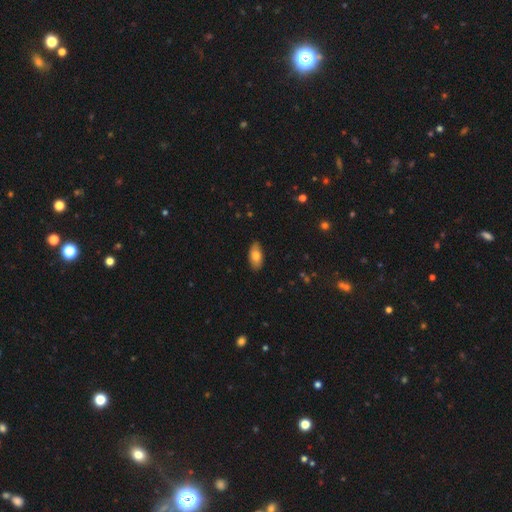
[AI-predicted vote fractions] The model was most divided on "smooth or featured": smooth: 77%, featured or disk: 16%, star or artifact: 7%. More confident: how rounded — in between (91%); merging — none (85%).